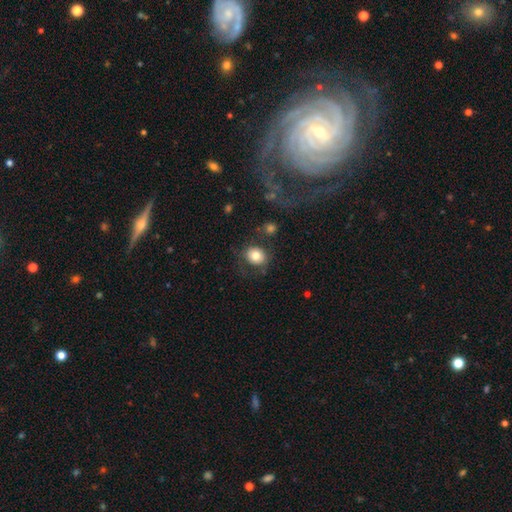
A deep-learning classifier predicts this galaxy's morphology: Smooth or featured?
  - smooth: 79% *
  - featured or disk: 12%
  - star or artifact: 10%
How rounded?
  - round: 71% *
  - in between: 28%
  - cigar-shaped: 1%
Merging?
  - none: 73% *
  - minor disturbance: 14%
  - major disturbance: 7%
  - merger: 5%